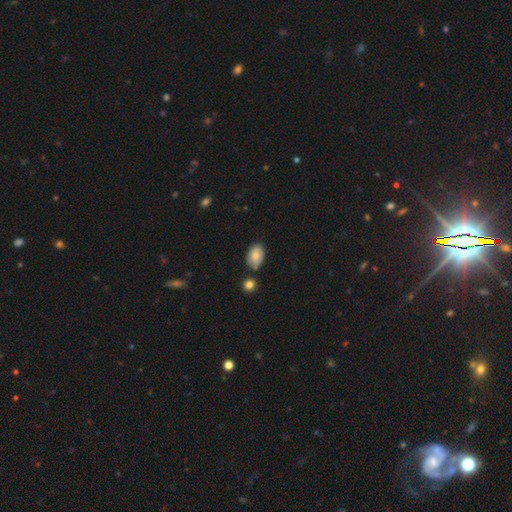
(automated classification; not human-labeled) smooth 82%, featured or disk 11%, star or artifact 7%. Down the decision tree: how rounded — in between (89%); merging — none (70%).